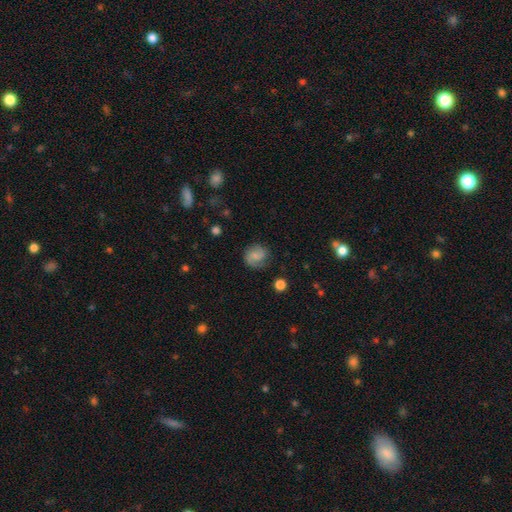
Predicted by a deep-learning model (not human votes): A smooth galaxy with no disk features (49%). Merging: none (70%).